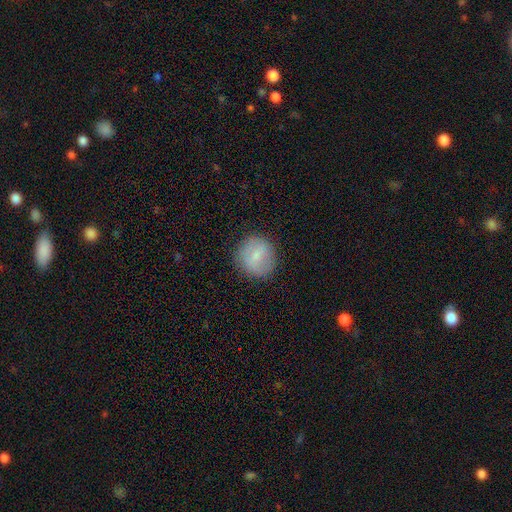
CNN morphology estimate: Overall: smooth (73%). How rounded: round (91%). Merging: none (84%).